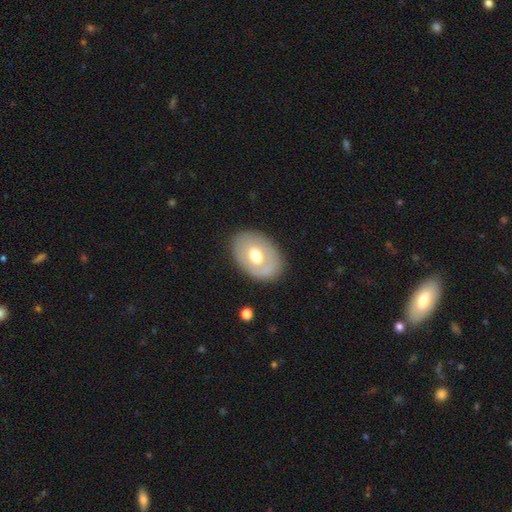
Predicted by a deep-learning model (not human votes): smooth 54%, featured or disk 40%, star or artifact 6%. Down the decision tree: how rounded — in between (77%); merging — none (82%).